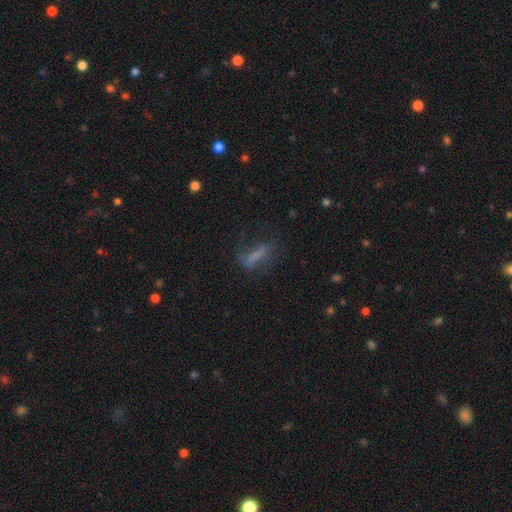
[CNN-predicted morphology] A smooth galaxy with no disk features (48%).

Vote fractions:
- Smooth or featured? smooth: 48% / featured or disk: 37% / star or artifact: 16%
- Merging? none: 53% / major disturbance: 23% / minor disturbance: 21% / merger: 3%